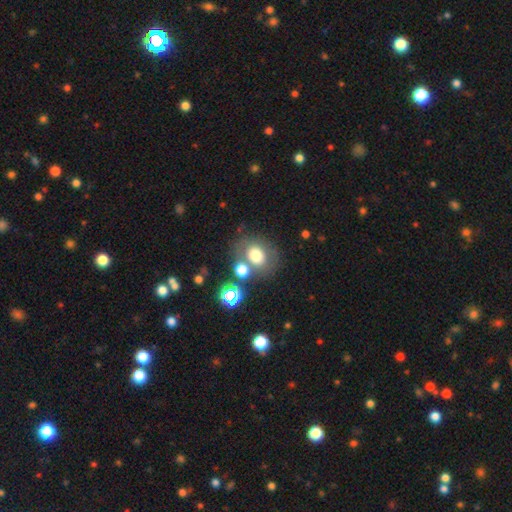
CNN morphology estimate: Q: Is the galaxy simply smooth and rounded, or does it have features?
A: smooth — 68%.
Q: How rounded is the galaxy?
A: round — 63%.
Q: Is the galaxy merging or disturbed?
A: none — 60%.